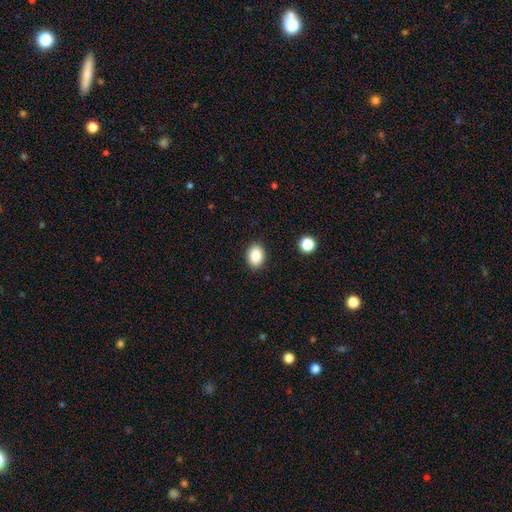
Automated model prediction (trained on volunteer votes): Morphology: type=smooth (86%); roundness=in between (72%); merging=none (89%).